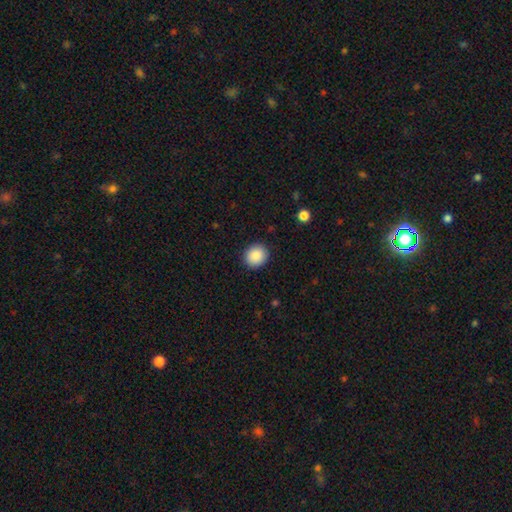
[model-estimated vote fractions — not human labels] The model was most divided on "how rounded": round: 82%, in between: 17%, cigar-shaped: 1%. More confident: merging — none (91%); smooth or featured — smooth (89%).